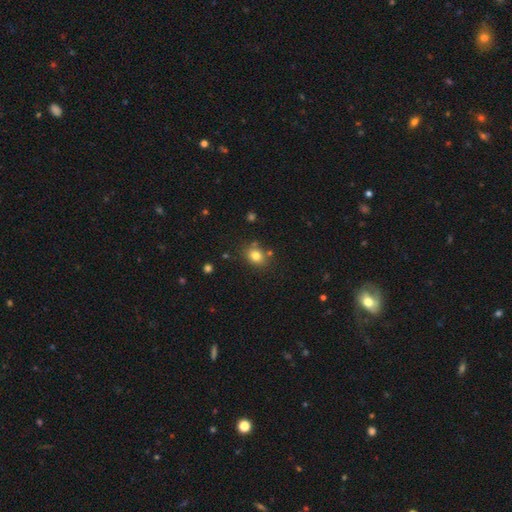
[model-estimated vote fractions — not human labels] The model was most divided on "how rounded": round: 51%, in between: 48%, cigar-shaped: 1%. More confident: smooth or featured — smooth (79%); merging — none (76%).